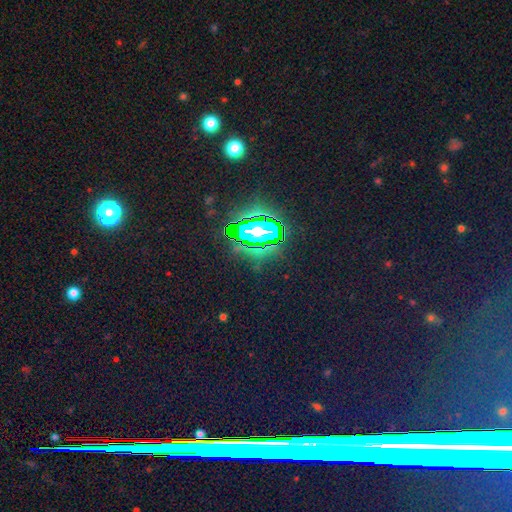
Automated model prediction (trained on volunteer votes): Smooth or featured? Predicted: star or artifact (p=0.77).